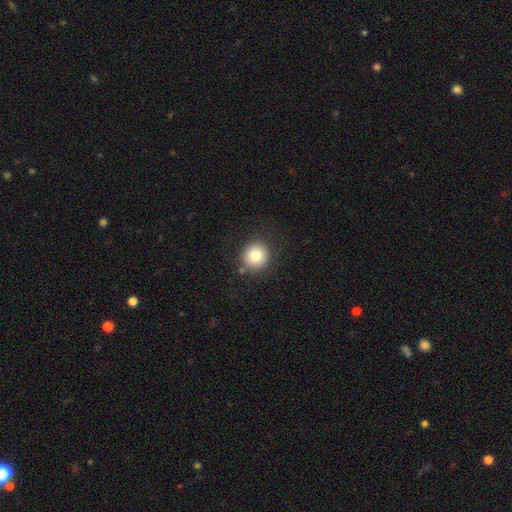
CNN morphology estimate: A smooth galaxy with no disk features (79%) that is round (93%).

Vote fractions:
- Smooth or featured? smooth: 79% / star or artifact: 11% / featured or disk: 10%
- How rounded? round: 93% / in between: 6% / cigar-shaped: 1%
- Merging? none: 86% / minor disturbance: 9% / major disturbance: 3% / merger: 3%